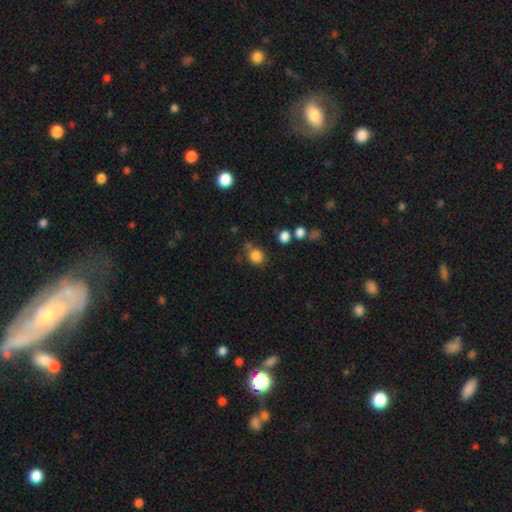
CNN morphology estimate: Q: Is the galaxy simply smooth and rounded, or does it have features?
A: smooth — 83%.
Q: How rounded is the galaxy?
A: round — 84%.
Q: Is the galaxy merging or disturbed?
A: none — 72%.